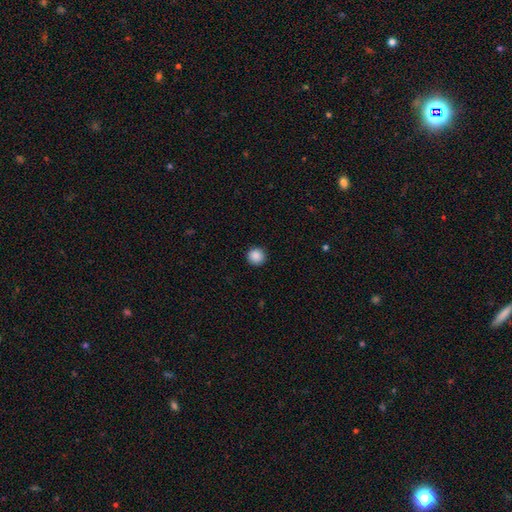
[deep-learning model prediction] Smooth or featured? Predicted: smooth (p=0.88). How rounded? Predicted: round (p=0.95). Merging? Predicted: none (p=0.92).